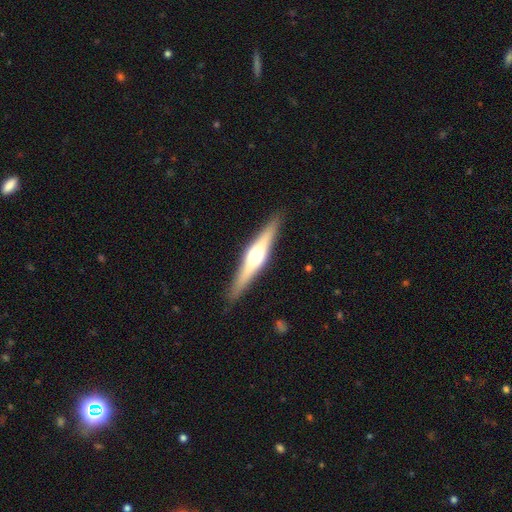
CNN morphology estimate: A featured or disk galaxy (66%) viewed edge-on (96%) with a rounded central bulge (93%). Merging: none (89%).